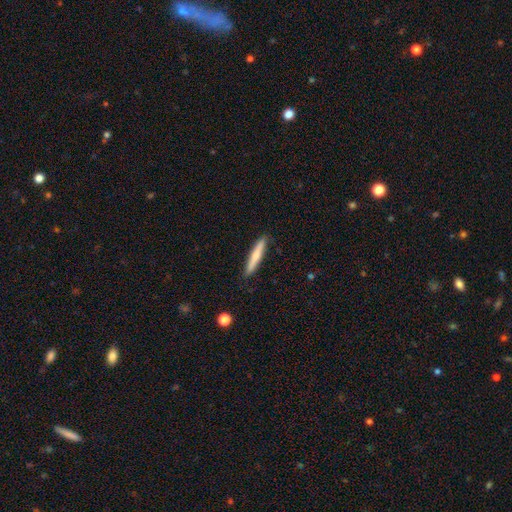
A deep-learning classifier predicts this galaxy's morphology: A smooth galaxy with no disk features (64%) that is cigar-shaped (94%).

Vote fractions:
- Smooth or featured? smooth: 64% / featured or disk: 30% / star or artifact: 5%
- How rounded? cigar-shaped: 94% / in between: 5% / round: 1%
- Merging? none: 89% / minor disturbance: 8% / major disturbance: 2% / merger: 1%